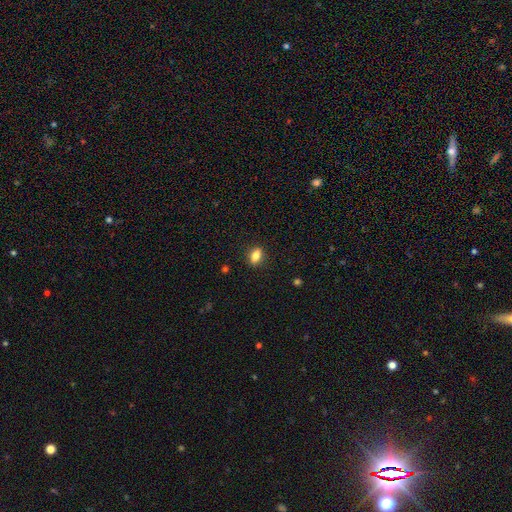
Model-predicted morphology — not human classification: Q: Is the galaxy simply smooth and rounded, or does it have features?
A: smooth — 81%.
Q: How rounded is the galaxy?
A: in between — 78%.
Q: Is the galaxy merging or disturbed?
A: none — 87%.